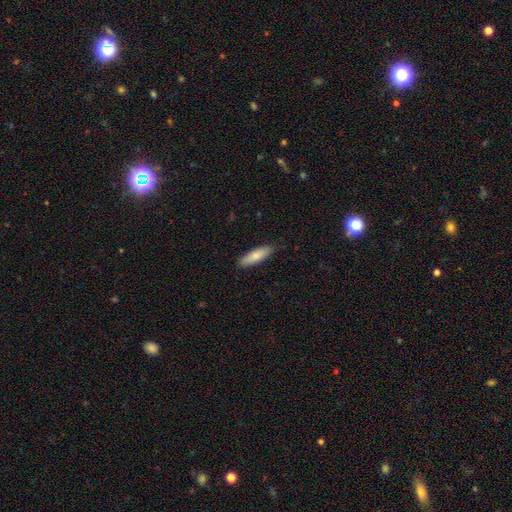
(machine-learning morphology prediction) A smooth galaxy with no disk features (77%) that is cigar-shaped (55%). Merging: none (86%).